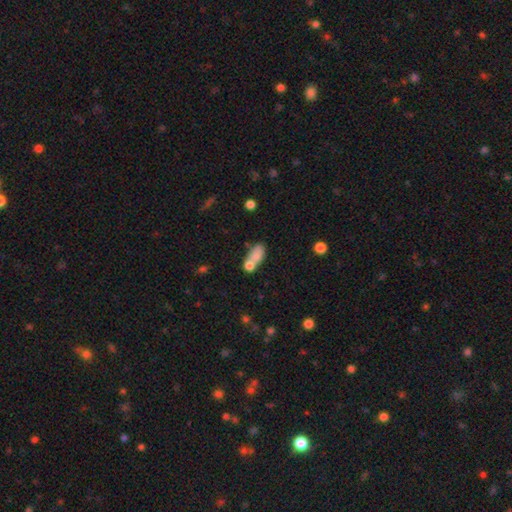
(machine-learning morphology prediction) type=smooth (74%); roundness=in between (79%); merging=merger (50%).